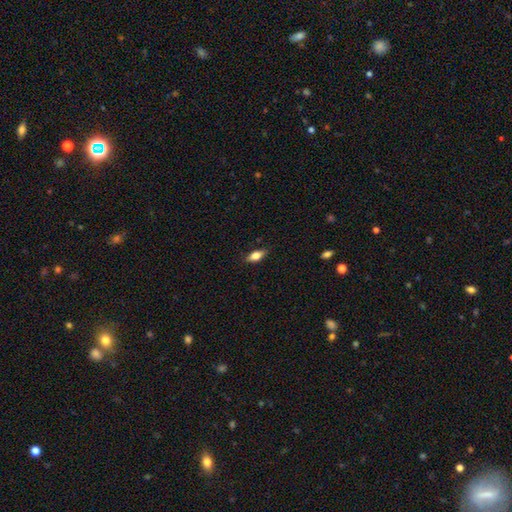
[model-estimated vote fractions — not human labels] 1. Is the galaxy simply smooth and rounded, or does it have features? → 73% smooth, 20% featured or disk, 8% star or artifact.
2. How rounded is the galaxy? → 80% in between, 16% cigar-shaped, 4% round.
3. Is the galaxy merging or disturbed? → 85% none, 12% minor disturbance, 2% major disturbance, 1% merger.